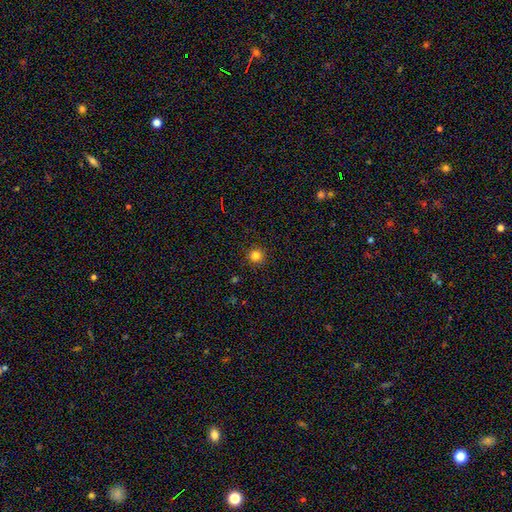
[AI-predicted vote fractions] A smooth galaxy with no disk features (82%) that is round (95%). Merging: none (92%).